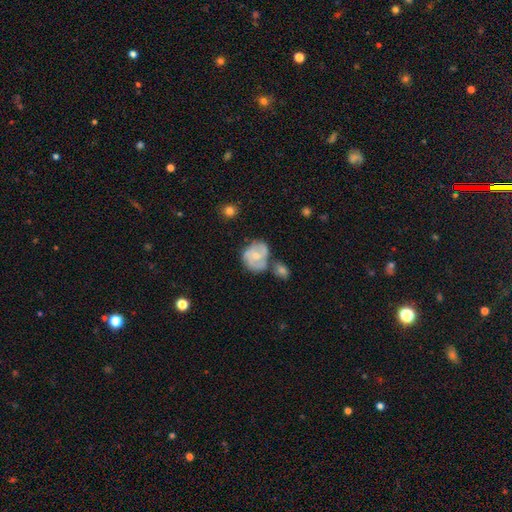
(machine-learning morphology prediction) Smooth or featured? Predicted: featured or disk (p=0.60). Edge-on disk? Predicted: no (p=0.97). Bar? Predicted: no (p=0.62). Spiral arms? Predicted: yes (p=0.76). Bulge size? Predicted: moderate (p=0.48). Merging? Predicted: none (p=0.41).